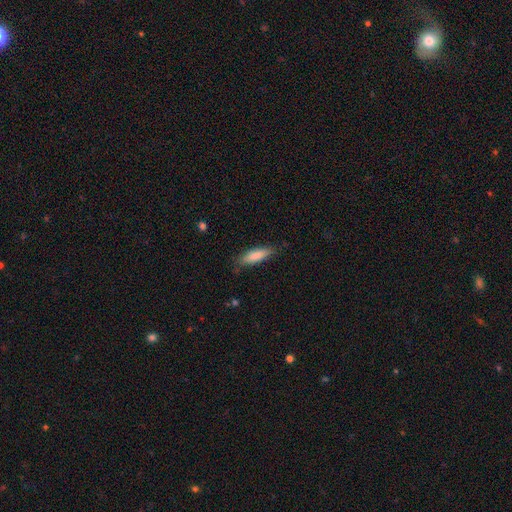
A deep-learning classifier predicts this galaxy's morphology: smooth 82%, featured or disk 12%, star or artifact 6%. Down the decision tree: how rounded — cigar-shaped (60%); merging — none (80%).